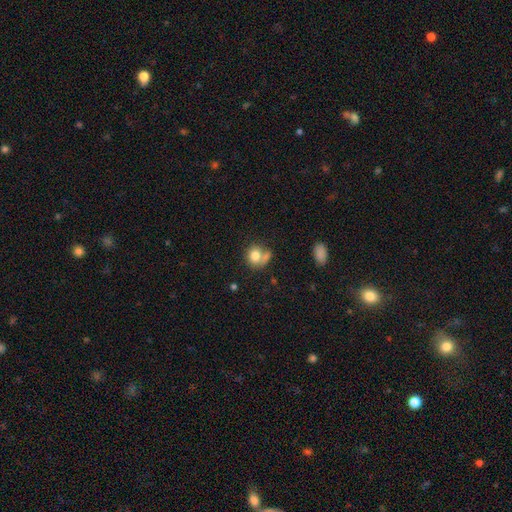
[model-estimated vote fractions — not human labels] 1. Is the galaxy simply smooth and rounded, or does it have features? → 78% smooth, 13% featured or disk, 9% star or artifact.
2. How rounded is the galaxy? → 73% round, 26% in between, 1% cigar-shaped.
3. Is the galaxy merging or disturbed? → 42% none, 32% merger, 16% minor disturbance, 10% major disturbance.